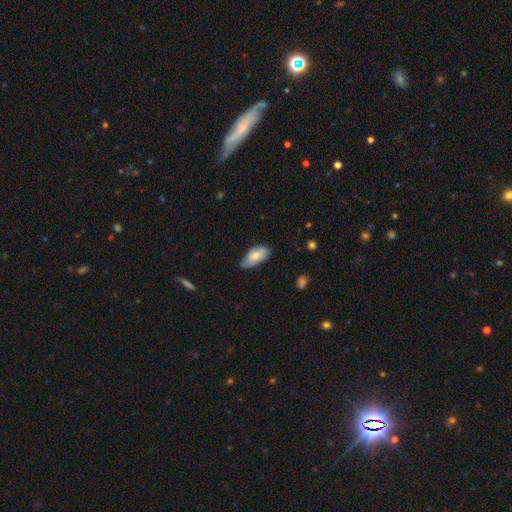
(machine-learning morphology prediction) smooth-or-featured: smooth: 72% | featured or disk: 22% | star or artifact: 6%
  how-rounded: in between: 92% | cigar-shaped: 6% | round: 2%
  merging: none: 57% | minor disturbance: 35% | major disturbance: 6% | merger: 2%